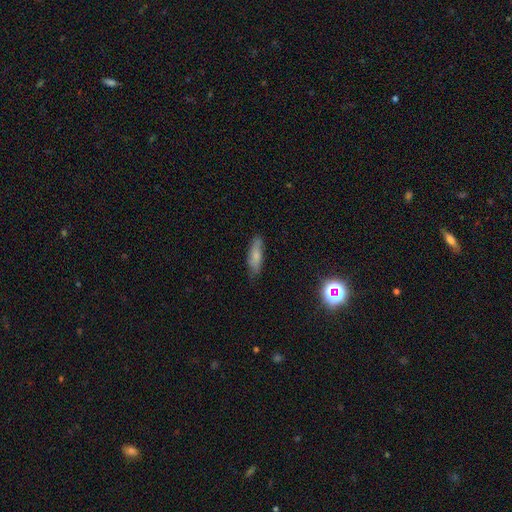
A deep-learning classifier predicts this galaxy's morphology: A smooth galaxy with no disk features (73%) that is cigar-shaped (54%). Merging: none (77%).